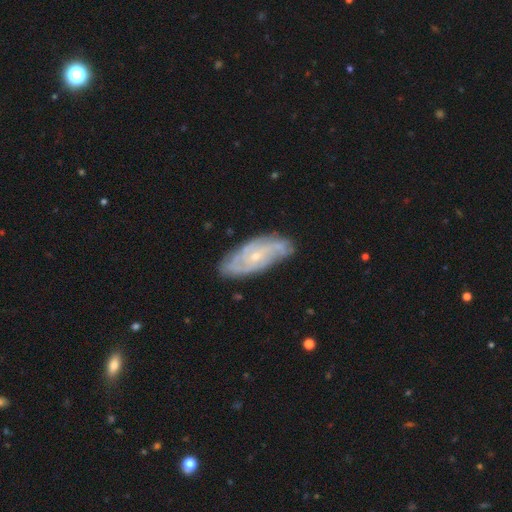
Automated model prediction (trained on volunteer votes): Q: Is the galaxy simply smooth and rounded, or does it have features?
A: featured or disk — 79%.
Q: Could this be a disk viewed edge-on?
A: no — 91%.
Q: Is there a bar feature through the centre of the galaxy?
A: no — 70%.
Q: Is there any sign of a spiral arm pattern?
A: yes — 92%.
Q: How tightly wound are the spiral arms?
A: tight — 60%.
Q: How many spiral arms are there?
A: can't tell — 37%.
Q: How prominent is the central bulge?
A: small — 74%.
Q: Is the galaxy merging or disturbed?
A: none — 78%.